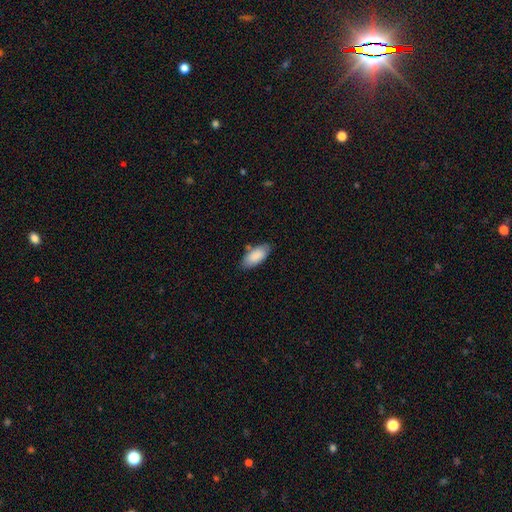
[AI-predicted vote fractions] A smooth galaxy with no disk features (87%) that is in between round and cigar-shaped (90%). Merging: none (76%).